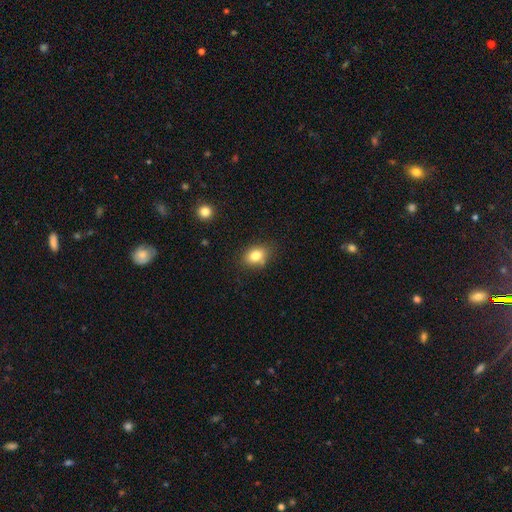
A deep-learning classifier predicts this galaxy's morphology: Smooth or featured: smooth — 81% (star or artifact — 10%)
How rounded: in between — 69% (round — 29%)
Merging: none — 76% (minor disturbance — 16%)